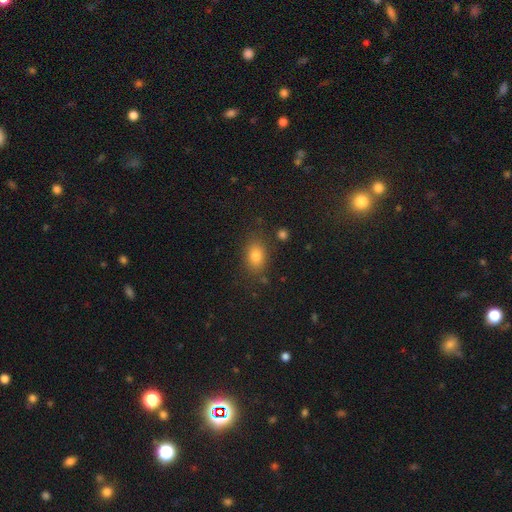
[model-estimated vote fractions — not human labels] Q: Smooth or featured?
A: smooth (79%); runner-up: star or artifact (13%)
Q: How rounded?
A: in between (79%); runner-up: round (18%)
Q: Merging?
A: none (80%); runner-up: minor disturbance (13%)